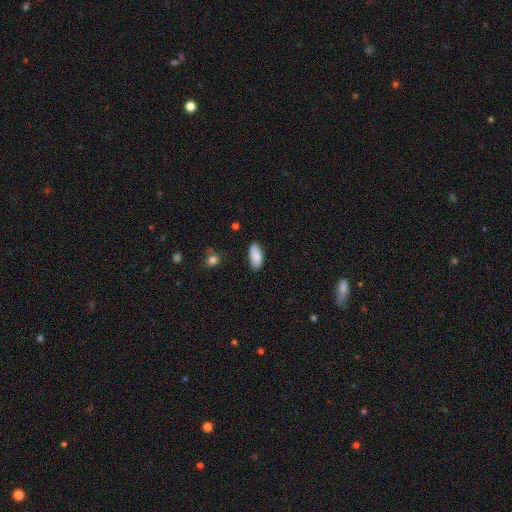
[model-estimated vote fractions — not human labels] Smooth or featured: smooth — 89% (star or artifact — 6%)
How rounded: in between — 90% (cigar-shaped — 9%)
Merging: none — 85% (minor disturbance — 12%)